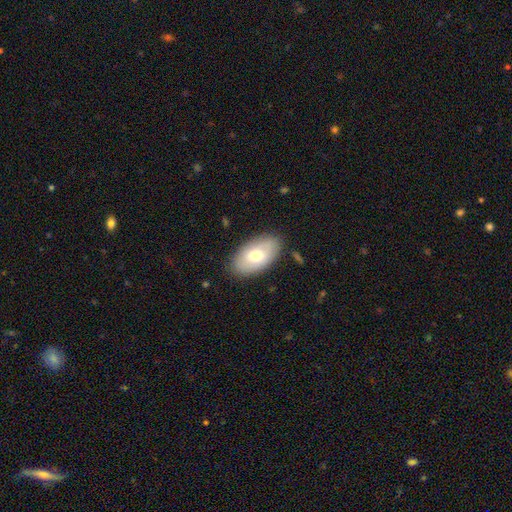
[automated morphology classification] smooth-or-featured: smooth: 68% | featured or disk: 26% | star or artifact: 6%
  how-rounded: in between: 94% | round: 4% | cigar-shaped: 2%
  merging: none: 85% | minor disturbance: 11% | major disturbance: 3% | merger: 1%